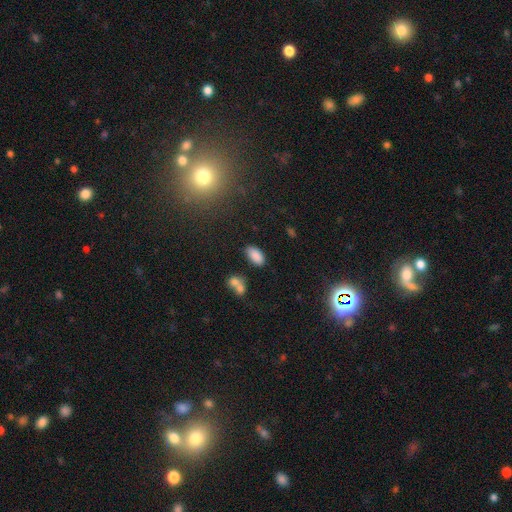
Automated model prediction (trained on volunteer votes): Smooth or featured? smooth (85%)
How rounded? in between (93%)
Merging? none (75%)